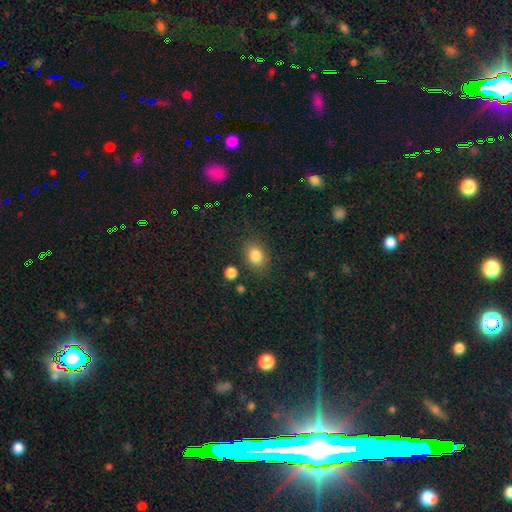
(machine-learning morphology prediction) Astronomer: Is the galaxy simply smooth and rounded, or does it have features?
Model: smooth — 84%.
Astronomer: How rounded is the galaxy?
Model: in between — 59% (runner-up: round, 39%).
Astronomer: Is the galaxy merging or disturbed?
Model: none — 79%.